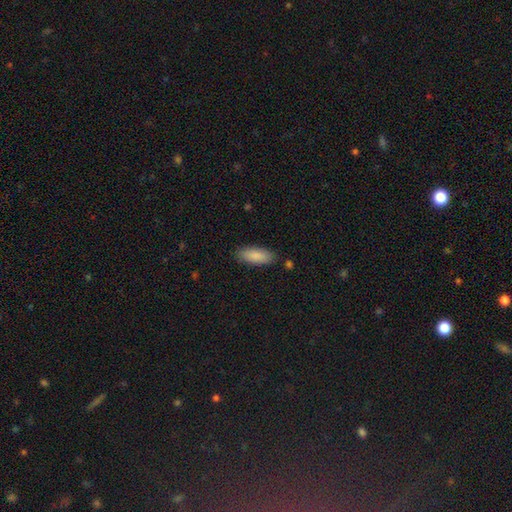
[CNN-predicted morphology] smooth 88%, featured or disk 6%, star or artifact 6%. Down the decision tree: how rounded — in between (76%); merging — none (85%).